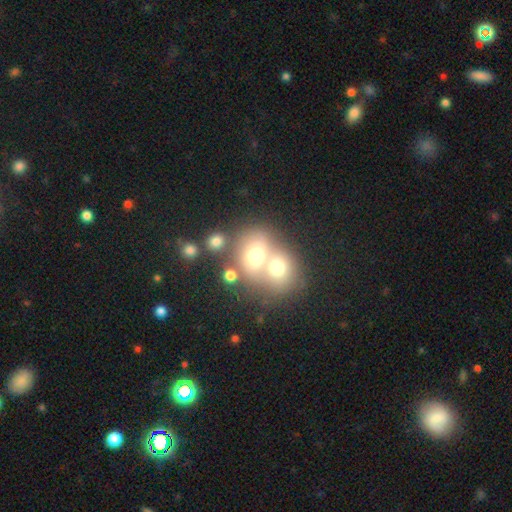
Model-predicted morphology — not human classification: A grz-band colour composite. It shows a smooth galaxy with no disk features (66%) that is round (59%). Merging: merger (63%).